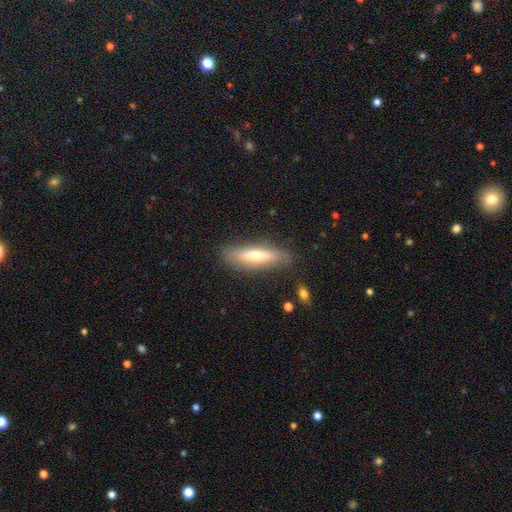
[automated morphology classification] This is possibly a smooth galaxy (53%). How rounded: likely cigar-shaped (74%). Merging: clearly none (85%).